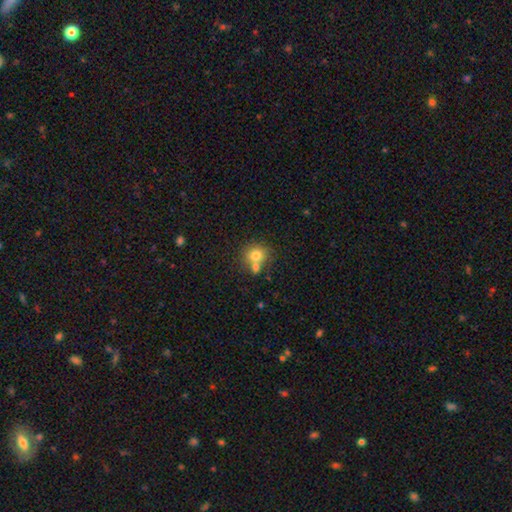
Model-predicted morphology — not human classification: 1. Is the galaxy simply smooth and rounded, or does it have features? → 76% smooth, 13% featured or disk, 11% star or artifact.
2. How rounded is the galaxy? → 78% round, 21% in between, 1% cigar-shaped.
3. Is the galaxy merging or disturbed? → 48% none, 39% merger, 10% minor disturbance, 3% major disturbance.